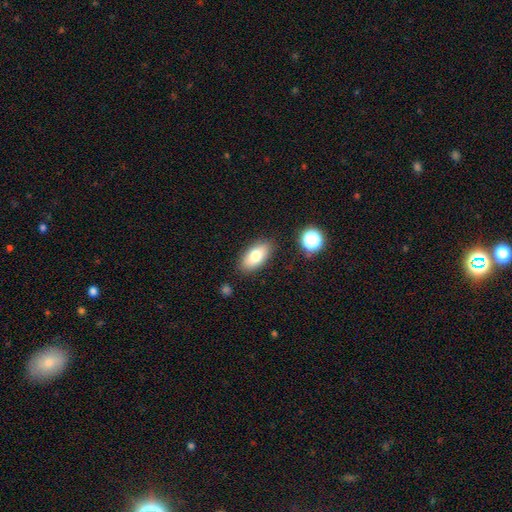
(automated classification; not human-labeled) Smooth or featured: smooth — 76% (featured or disk — 16%)
How rounded: in between — 90% (cigar-shaped — 5%)
Merging: none — 85% (minor disturbance — 10%)